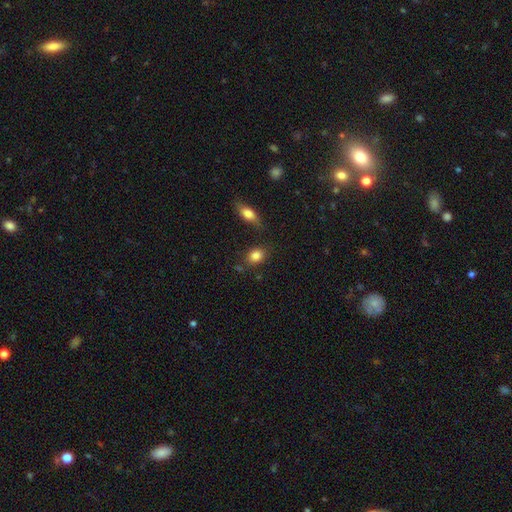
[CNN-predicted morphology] The model was most divided on "how rounded": in between: 58%, round: 40%, cigar-shaped: 2%. More confident: smooth or featured — smooth (84%); merging — none (76%).